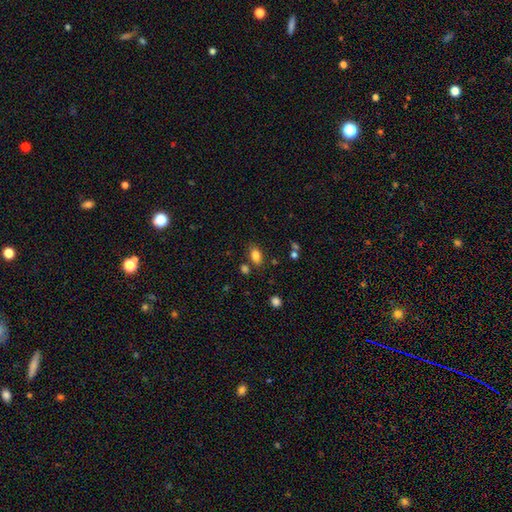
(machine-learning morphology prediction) Overall: smooth (84%). How rounded: in between (89%). Merging: none (77%).